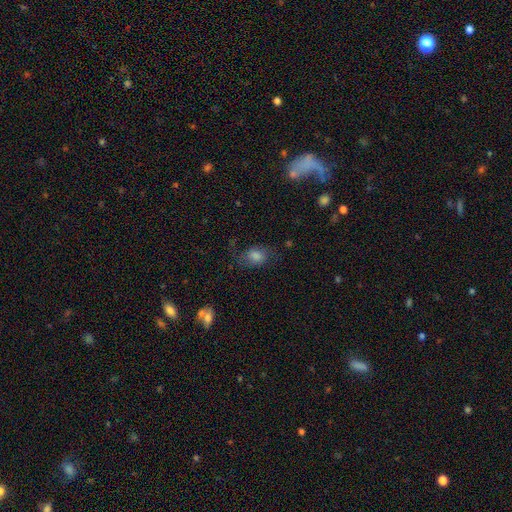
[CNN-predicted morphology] Overall: smooth (61%; featured or disk 24%). How rounded: in between (73%). Merging: none (63%).